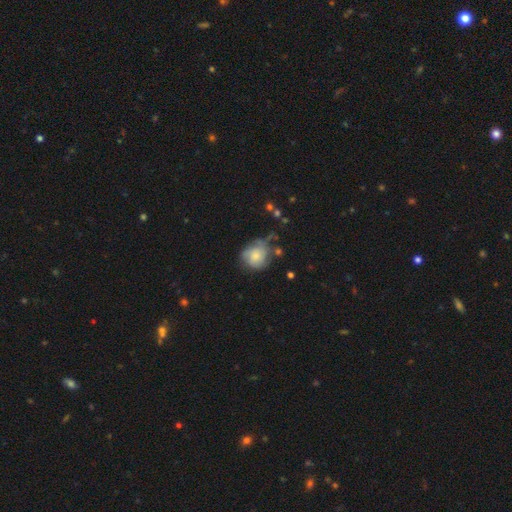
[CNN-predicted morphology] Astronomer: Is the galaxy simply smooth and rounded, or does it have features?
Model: smooth — 59%.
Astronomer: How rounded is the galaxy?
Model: round — 75%.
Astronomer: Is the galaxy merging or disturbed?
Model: none — 44% (runner-up: minor disturbance, 32%).